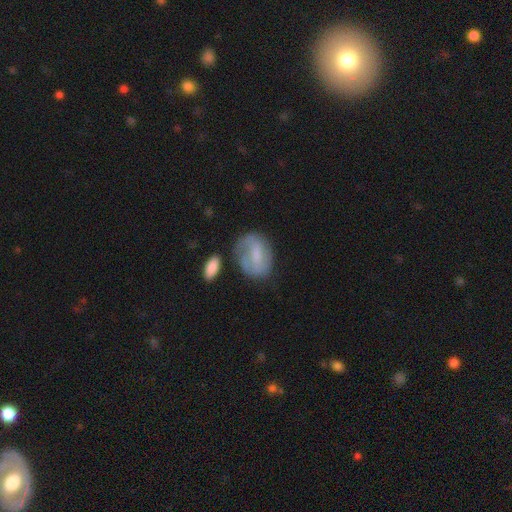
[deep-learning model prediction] Morphology: type=smooth (54%); roundness=in between (74%); merging=none (54%).